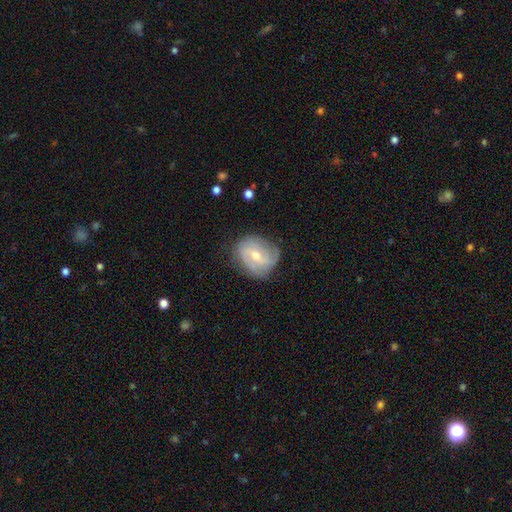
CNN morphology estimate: A featured or disk galaxy (73%) with a weak bar (50%), 2 (48%) tight (47%) spiral arms (87%) and a moderate central bulge (56%).

Vote fractions:
- Smooth or featured? featured or disk: 73% / smooth: 20% / star or artifact: 7%
- Edge-on disk? no: 97% / yes: 3%
- Bar? weak: 50% / no: 28% / strong: 22%
- Spiral arms? yes: 87% / no: 13%
- Spiral winding? tight: 47% / medium: 37% / loose: 16%
- Spiral arm count? 2: 48% / can't tell: 26% / 3: 14% / 1: 6% / 4: 3% / more than 4: 2%
- Bulge size? moderate: 56% / small: 41% / large: 2% / none: 1% / dominant: 1%
- Merging? none: 69% / minor disturbance: 22% / major disturbance: 7% / merger: 1%